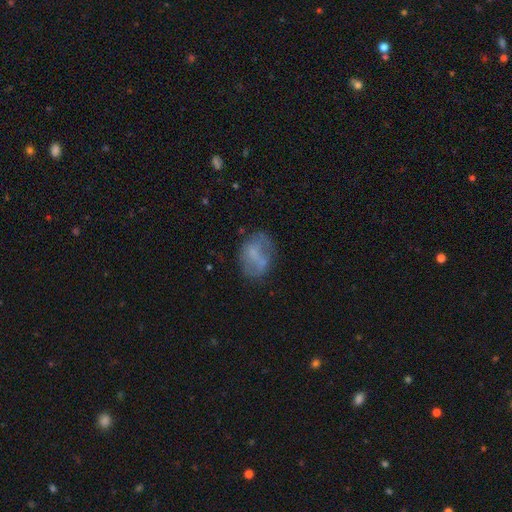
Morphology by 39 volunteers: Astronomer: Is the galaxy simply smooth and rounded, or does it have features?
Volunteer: featured or disk — 59%.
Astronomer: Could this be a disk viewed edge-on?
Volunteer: no — 100%.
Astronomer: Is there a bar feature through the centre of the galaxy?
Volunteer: no — 65%.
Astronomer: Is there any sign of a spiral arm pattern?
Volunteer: no — 74%.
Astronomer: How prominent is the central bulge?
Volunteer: none — 57%.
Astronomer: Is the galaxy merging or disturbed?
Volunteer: none — 34%, tied with minor disturbance at 34%.